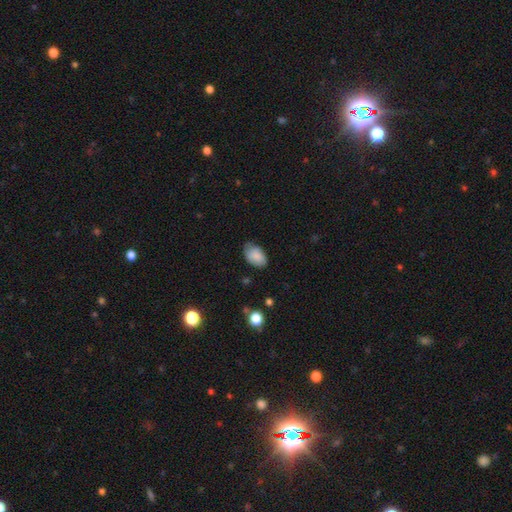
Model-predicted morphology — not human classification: A smooth galaxy with no disk features (84%) that is in between round and cigar-shaped (90%). Merging: none (63%).